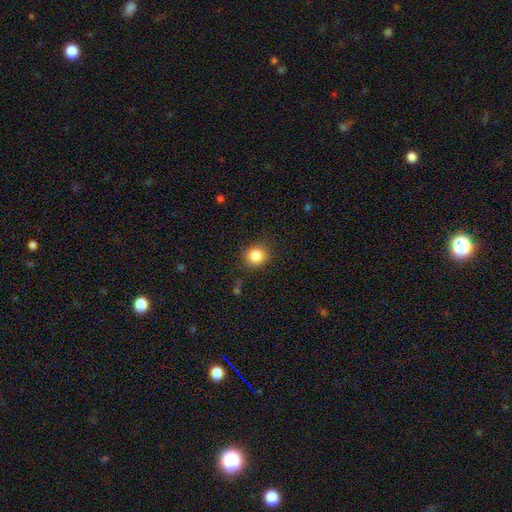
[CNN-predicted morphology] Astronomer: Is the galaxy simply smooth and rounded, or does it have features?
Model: smooth — 84%.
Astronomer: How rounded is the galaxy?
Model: round — 85%.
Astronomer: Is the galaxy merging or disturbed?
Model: none — 86%.